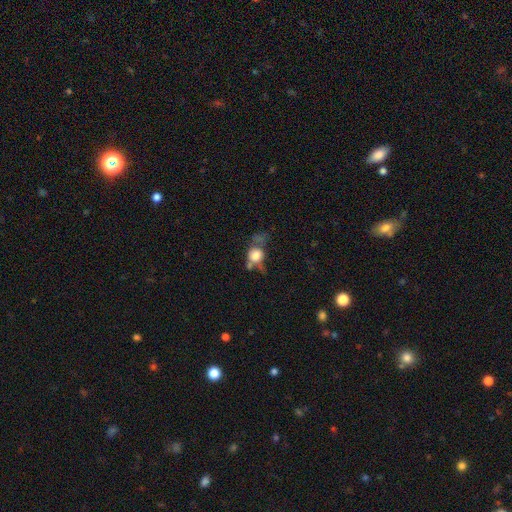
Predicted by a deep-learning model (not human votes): This appears to be a smooth galaxy with no disk features (61%) that is round (63%). Merging: none (33%).